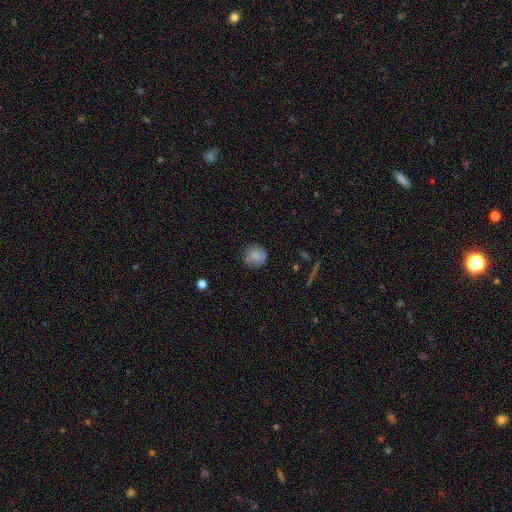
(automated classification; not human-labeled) Overall: smooth (79%). How rounded: round (91%). Merging: none (77%).